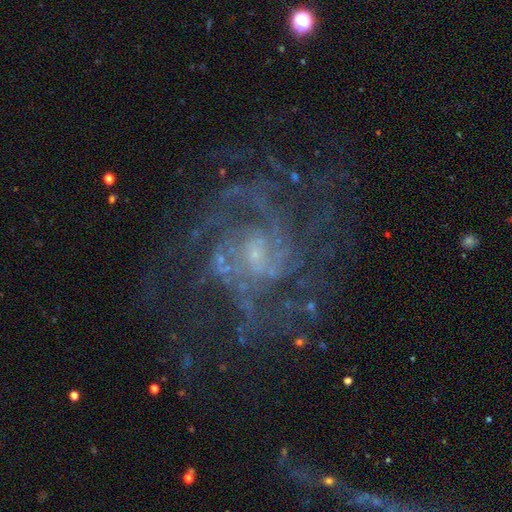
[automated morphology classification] Overall: featured or disk (84%). Edge-on disk: no (98%). Bar: no (53%; weak 39%). Spiral arms: yes (93%). Spiral arm count: can't tell (30%; 2 25%). Spiral winding: medium (43%, tied with tight). Bulge size: small (67%). Merging: none (65%).